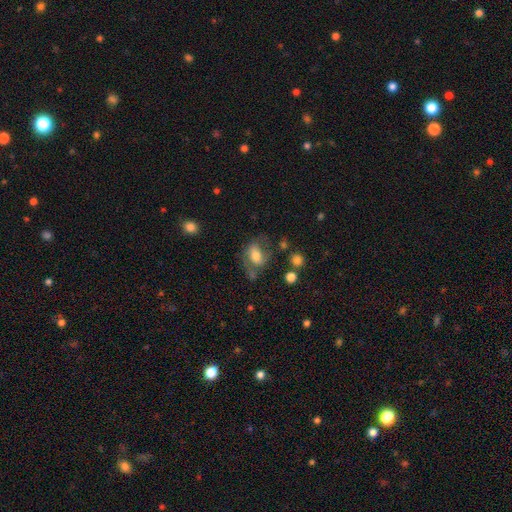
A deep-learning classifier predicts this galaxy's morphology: type=smooth (46%, tied with featured or disk); merging=none (47%).